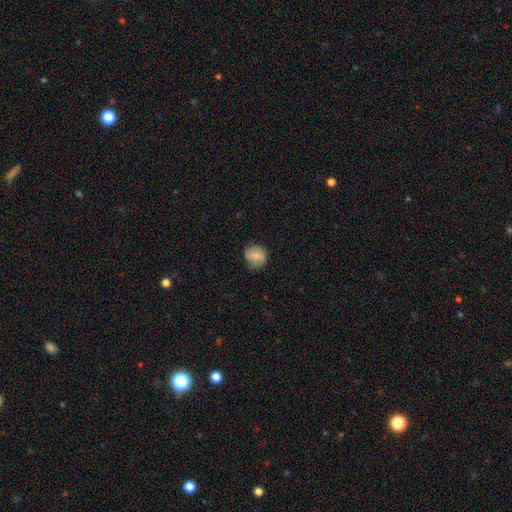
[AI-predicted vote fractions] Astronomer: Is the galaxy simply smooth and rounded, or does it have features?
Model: smooth — 75%.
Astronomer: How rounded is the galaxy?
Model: round — 83%.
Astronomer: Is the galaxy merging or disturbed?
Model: none — 74%.